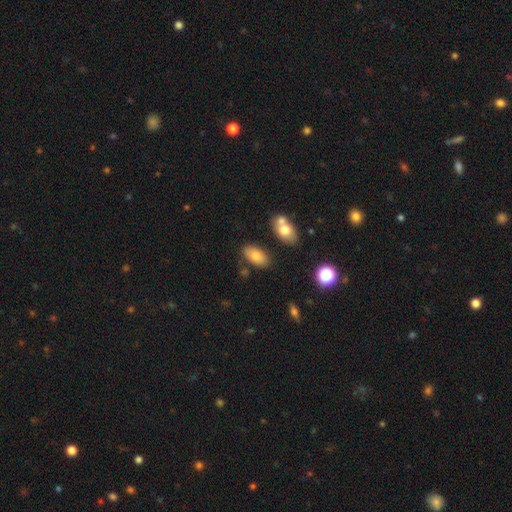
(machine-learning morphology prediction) This appears to be a smooth galaxy with no disk features (79%) that is in between round and cigar-shaped (93%). Merging: none (76%).